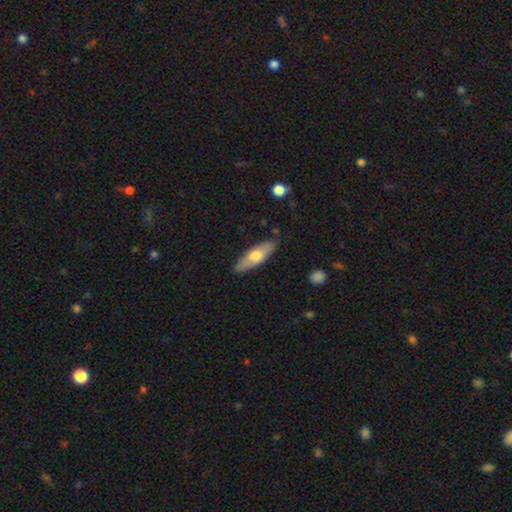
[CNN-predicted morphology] Q: Smooth or featured?
A: smooth (60%); runner-up: featured or disk (35%)
Q: How rounded?
A: in between (51%); runner-up: cigar-shaped (46%)
Q: Merging?
A: none (85%); runner-up: minor disturbance (11%)